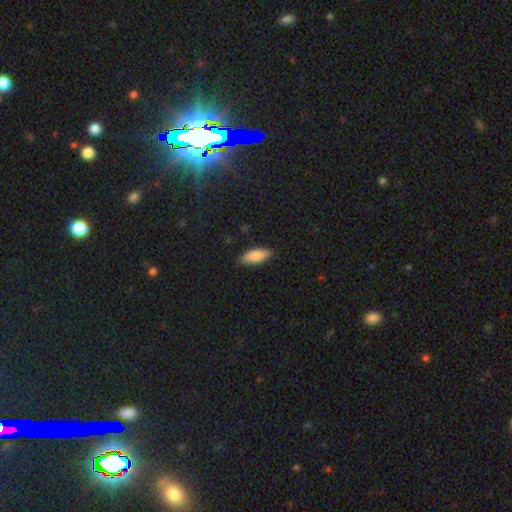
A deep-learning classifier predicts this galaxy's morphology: Smooth or featured? Predicted: smooth (p=0.88). How rounded? Predicted: in between (p=0.77). Merging? Predicted: none (p=0.84).